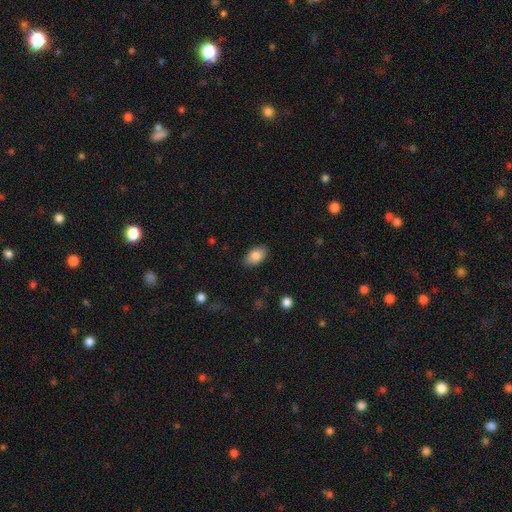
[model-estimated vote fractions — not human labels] A smooth galaxy with no disk features (85%) that is in between round and cigar-shaped (92%).

Vote fractions:
- Smooth or featured? smooth: 85% / featured or disk: 8% / star or artifact: 7%
- How rounded? in between: 92% / round: 7% / cigar-shaped: 1%
- Merging? none: 85% / minor disturbance: 11% / major disturbance: 3% / merger: 1%